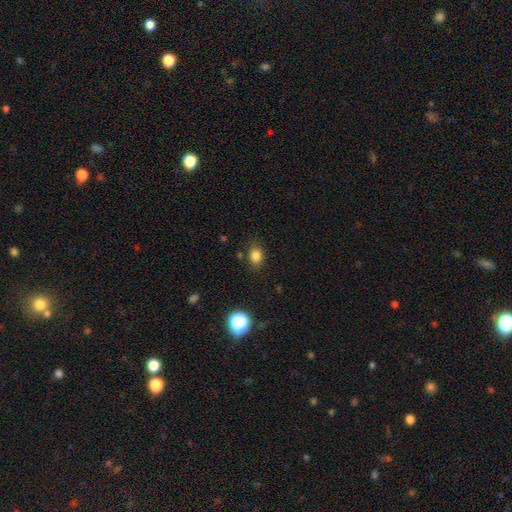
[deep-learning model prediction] This is clearly a smooth galaxy (82%). How rounded: possibly in between (59%). Merging: likely none (80%).